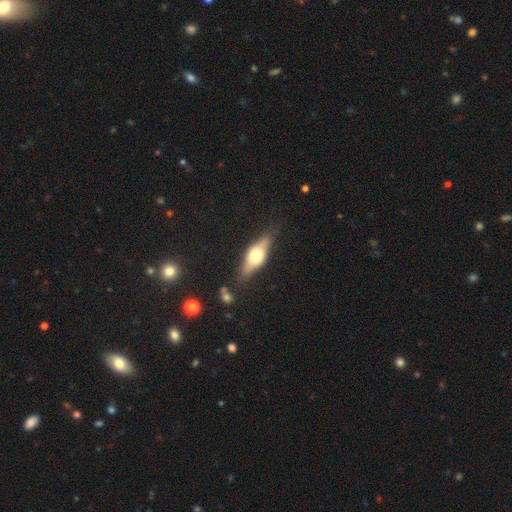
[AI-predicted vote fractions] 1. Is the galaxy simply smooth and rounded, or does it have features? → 50% featured or disk, 43% smooth, 7% star or artifact.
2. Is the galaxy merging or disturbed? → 75% none, 18% minor disturbance, 5% major disturbance, 3% merger.